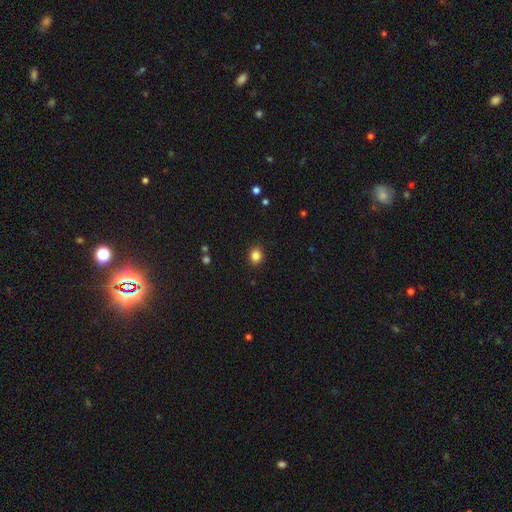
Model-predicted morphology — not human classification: A smooth galaxy with no disk features (85%) that is round (67%). Merging: none (90%).